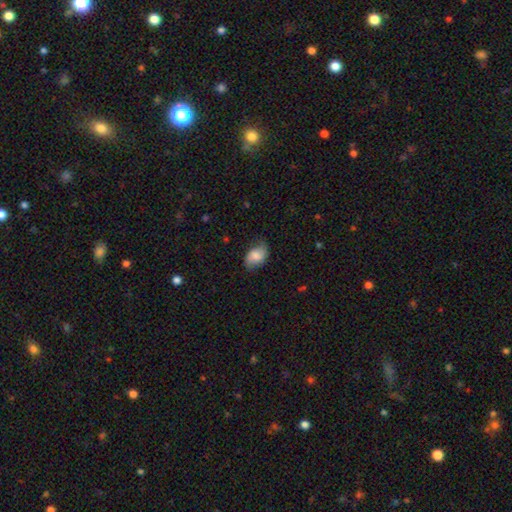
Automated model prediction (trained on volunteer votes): A smooth galaxy with no disk features (64%) that is in between round and cigar-shaped (84%). Merging: none (65%).